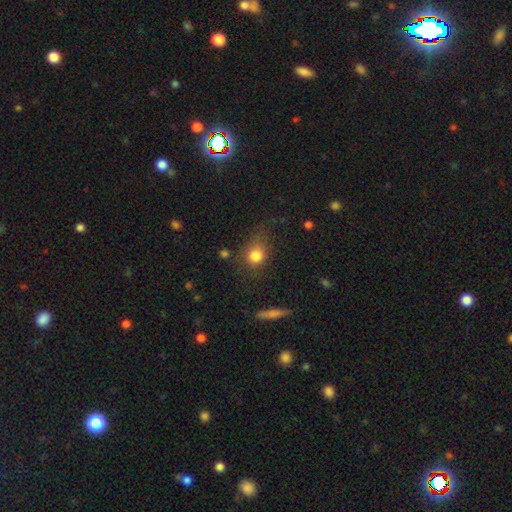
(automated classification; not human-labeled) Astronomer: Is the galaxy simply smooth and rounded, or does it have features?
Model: smooth — 80%.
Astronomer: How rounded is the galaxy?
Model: round — 68%.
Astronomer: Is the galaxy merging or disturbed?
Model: none — 57%.